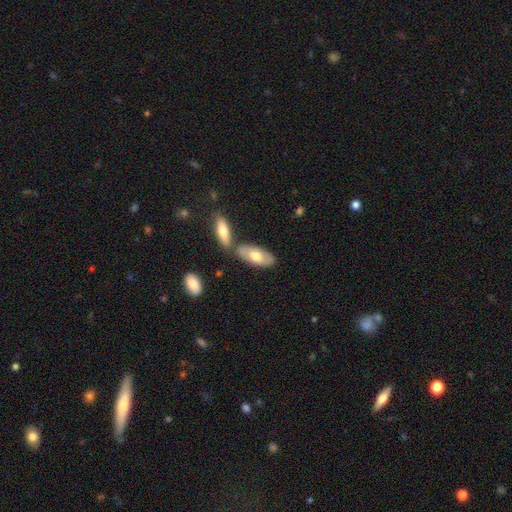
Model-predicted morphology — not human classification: A smooth galaxy with no disk features (65%) that is in between round and cigar-shaped (85%). Merging: none (66%).